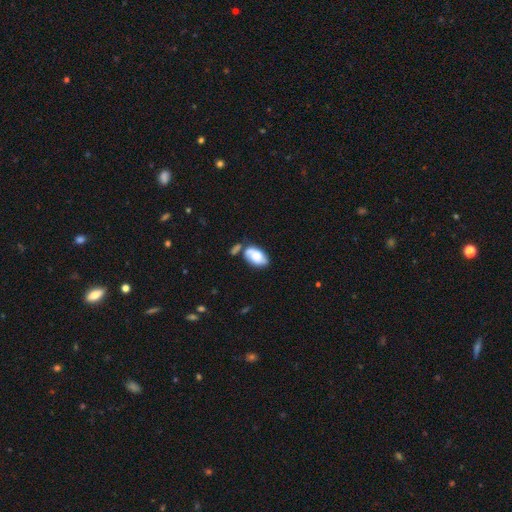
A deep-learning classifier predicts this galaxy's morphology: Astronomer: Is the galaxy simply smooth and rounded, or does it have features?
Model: smooth — 67%.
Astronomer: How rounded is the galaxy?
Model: in between — 94%.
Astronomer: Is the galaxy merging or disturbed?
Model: none — 44% (runner-up: minor disturbance, 25%).